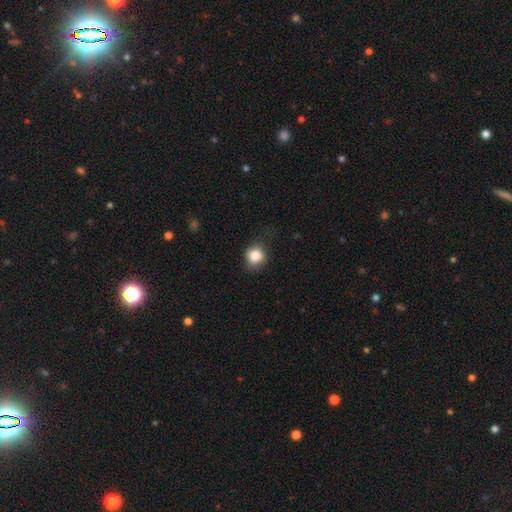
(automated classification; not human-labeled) Smooth or featured? Predicted: smooth (p=0.83). How rounded? Predicted: round (p=0.79). Merging? Predicted: none (p=0.69).